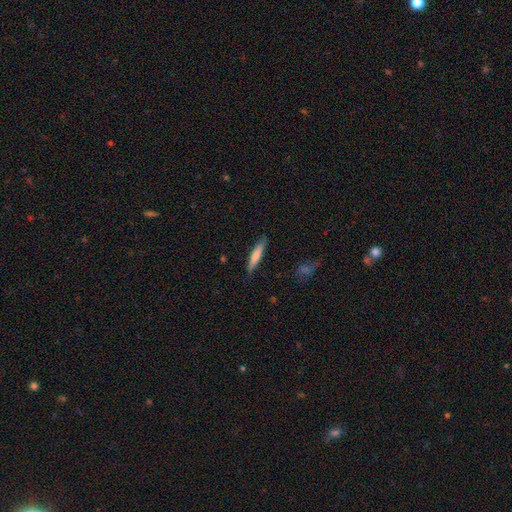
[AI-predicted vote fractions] Smooth or featured?
  - smooth: 69% *
  - featured or disk: 25%
  - star or artifact: 6%
How rounded?
  - cigar-shaped: 88% *
  - in between: 11%
  - round: 1%
Merging?
  - none: 85% *
  - minor disturbance: 12%
  - major disturbance: 2%
  - merger: 2%